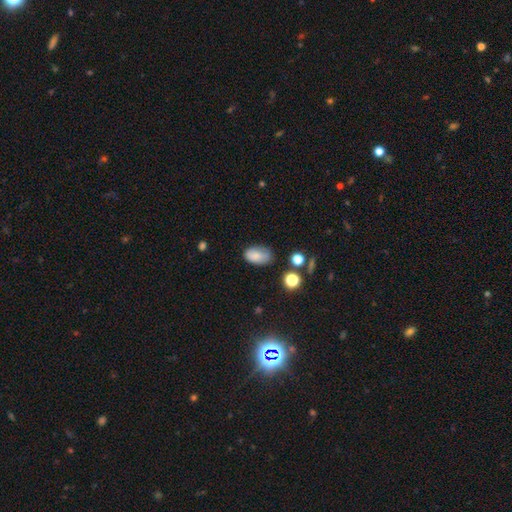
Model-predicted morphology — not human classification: This is clearly a smooth galaxy (81%). How rounded: clearly in between (91%). Merging: likely none (62%).